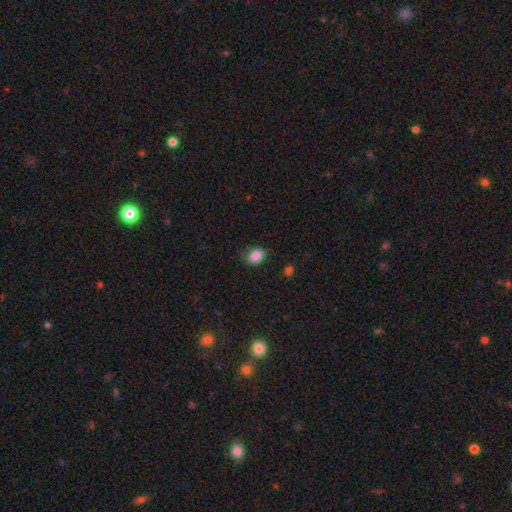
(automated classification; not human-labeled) Smooth or featured?
  - smooth: 86% *
  - star or artifact: 9%
  - featured or disk: 5%
How rounded?
  - in between: 73% *
  - round: 26%
  - cigar-shaped: 1%
Merging?
  - none: 70% *
  - minor disturbance: 23%
  - major disturbance: 6%
  - merger: 2%